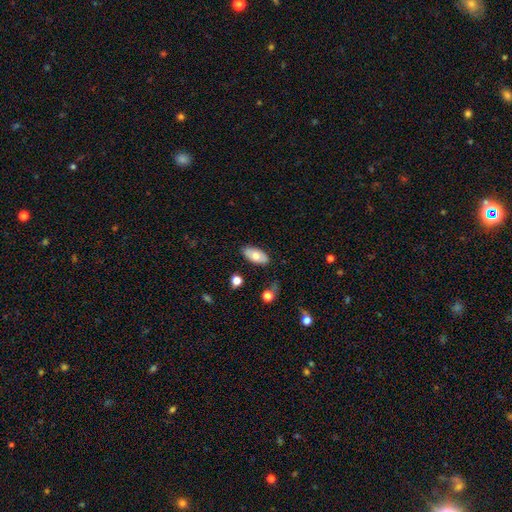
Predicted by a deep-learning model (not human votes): This is likely a smooth galaxy (70%). How rounded: clearly in between (92%). Merging: clearly none (81%).